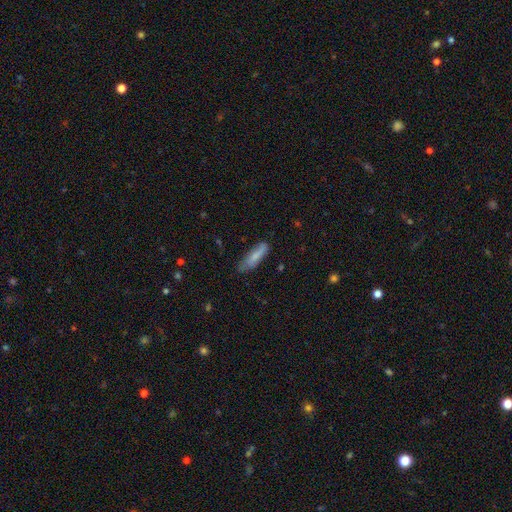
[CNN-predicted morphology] Smooth or featured?
  - smooth: 75% *
  - featured or disk: 18%
  - star or artifact: 7%
How rounded?
  - cigar-shaped: 61% *
  - in between: 38%
  - round: 2%
Merging?
  - none: 65% *
  - minor disturbance: 27%
  - major disturbance: 6%
  - merger: 2%